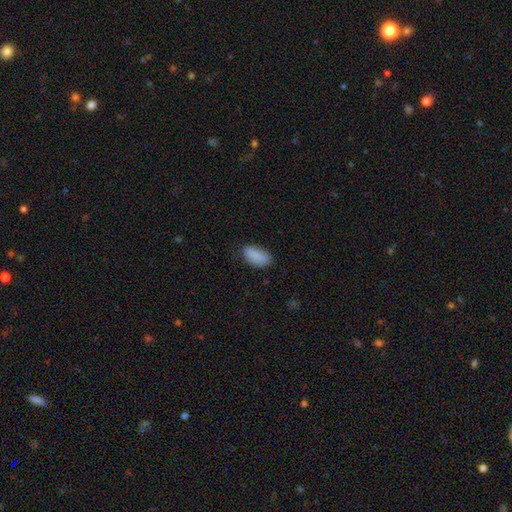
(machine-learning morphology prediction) The model was most divided on "merging": none: 74%, minor disturbance: 20%, major disturbance: 4%, merger: 1%. More confident: how rounded — in between (92%); smooth or featured — smooth (88%).